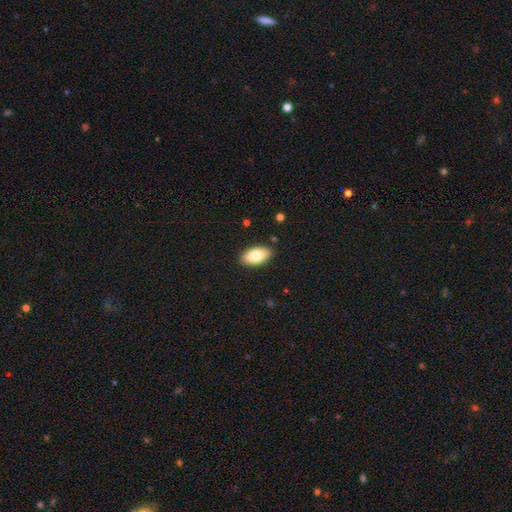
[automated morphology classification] smooth_or_featured: smooth (p=0.79) [alt: featured or disk p=0.15]
how_rounded: in between (p=0.94) [alt: round p=0.04]
merging: none (p=0.88) [alt: minor disturbance p=0.09]